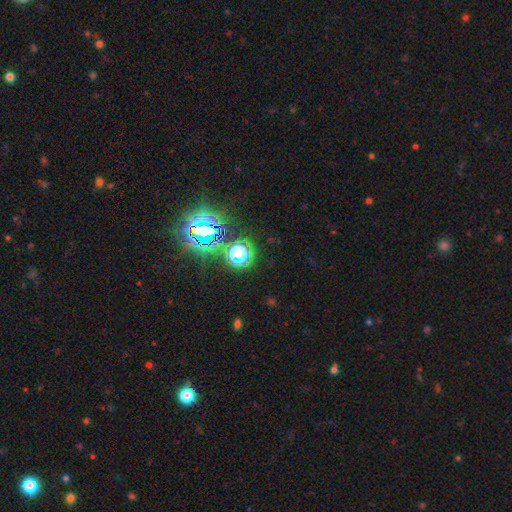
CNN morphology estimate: This appears to be a star or artifact, not a galaxy (75%).